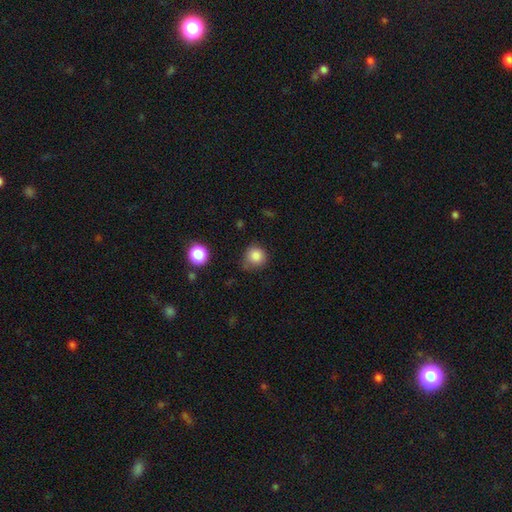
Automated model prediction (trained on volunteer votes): Smooth or featured? Predicted: smooth (p=0.84). How rounded? Predicted: round (p=0.91). Merging? Predicted: none (p=0.68).